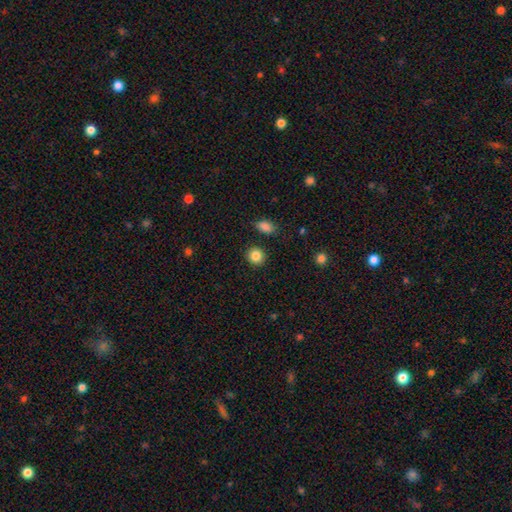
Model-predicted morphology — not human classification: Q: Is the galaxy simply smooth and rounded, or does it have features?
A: smooth — 86%.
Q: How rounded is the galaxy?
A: round — 87%.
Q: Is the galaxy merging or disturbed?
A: none — 89%.